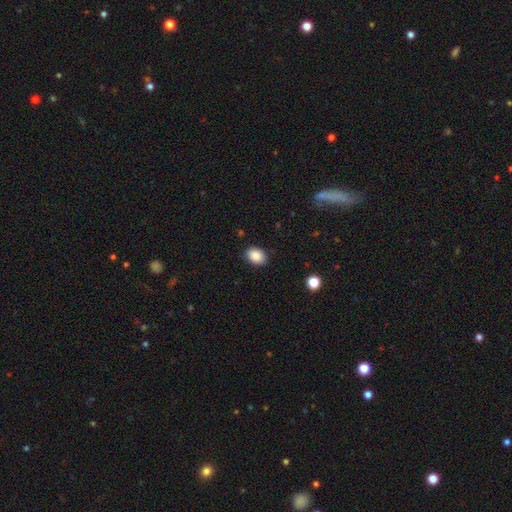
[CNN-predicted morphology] A smooth galaxy with no disk features (89%) that is in between round and cigar-shaped (77%). Merging: none (88%).